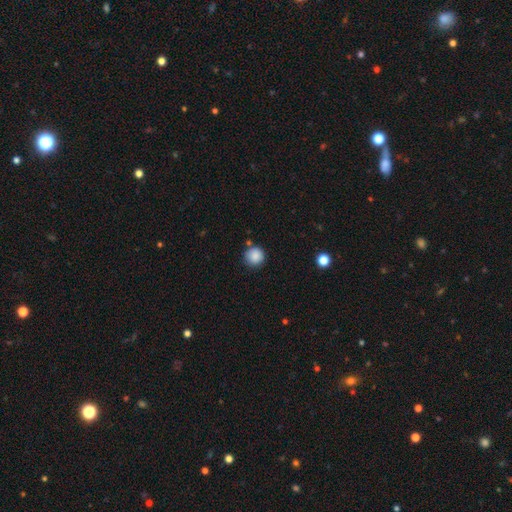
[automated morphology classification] Smooth or featured? Predicted: smooth (p=0.87). How rounded? Predicted: round (p=0.94). Merging? Predicted: none (p=0.81).